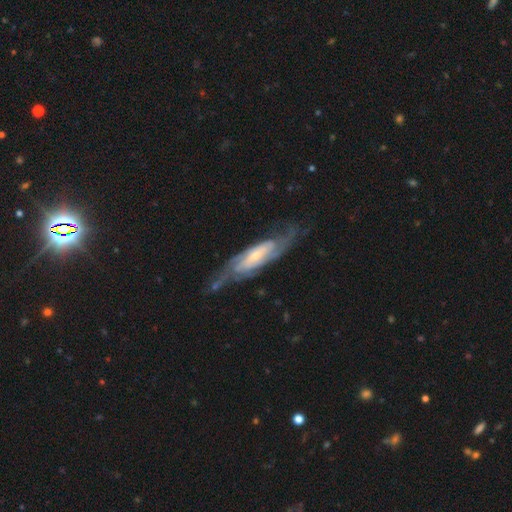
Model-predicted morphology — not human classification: Smooth or featured? Predicted: featured or disk (p=0.86). Edge-on disk? Predicted: no (p=0.85). Bar? Predicted: no (p=0.42). Spiral arms? Predicted: yes (p=0.96). Spiral winding? Predicted: medium (p=0.43). Spiral arm count? Predicted: 2 (p=0.62). Bulge size? Predicted: small (p=0.55). Merging? Predicted: none (p=0.67).